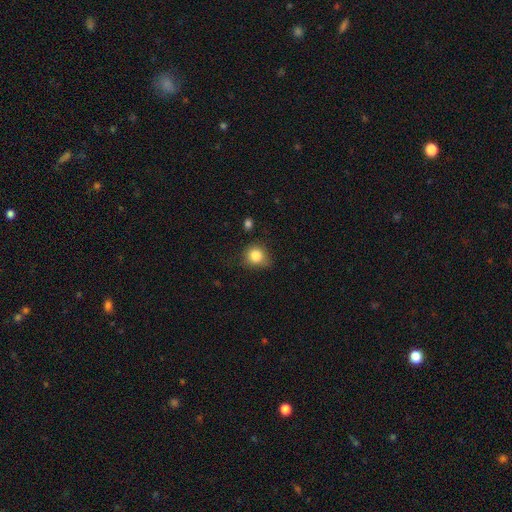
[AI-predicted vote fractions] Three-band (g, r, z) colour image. It shows a smooth galaxy with no disk features (83%) that is round (79%). Merging: none (64%).